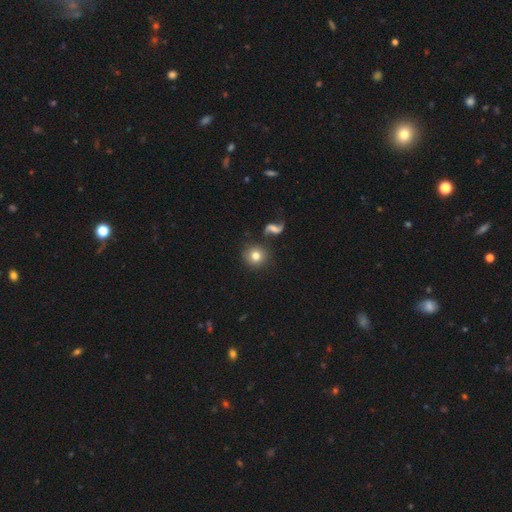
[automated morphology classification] Overall: smooth (75%). How rounded: round (93%). Merging: none (79%).